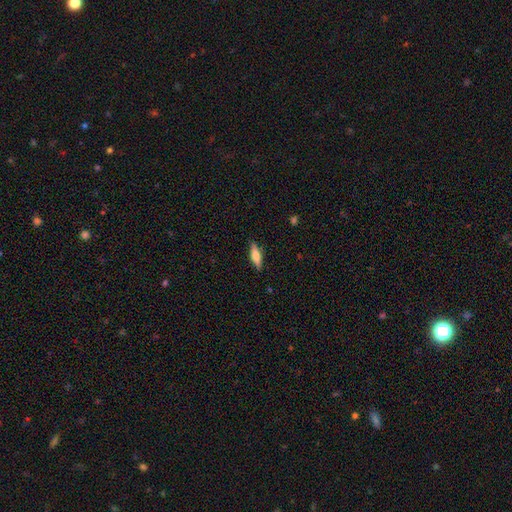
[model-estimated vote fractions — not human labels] Overall: smooth (55%; featured or disk 38%). How rounded: cigar-shaped (60%; in between 38%). Merging: none (87%).